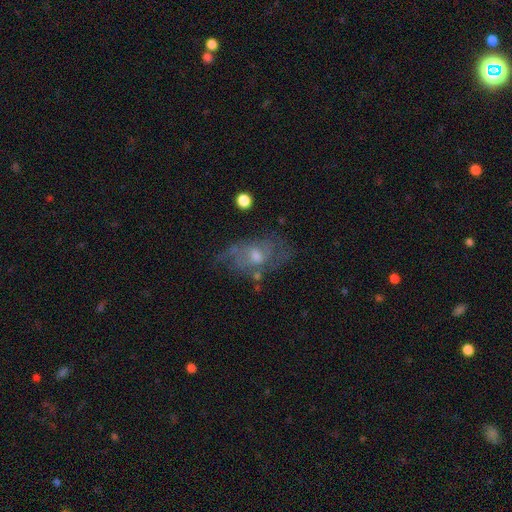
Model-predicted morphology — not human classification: Smooth or featured?
  - featured or disk: 67% *
  - smooth: 22%
  - star or artifact: 11%
Edge-on disk?
  - no: 94% *
  - yes: 6%
Bar?
  - no: 67% *
  - weak: 29%
  - strong: 4%
Spiral arms?
  - yes: 67% *
  - no: 33%
Bulge size?
  - moderate: 57% *
  - small: 34%
  - large: 4%
  - none: 4%
  - dominant: 1%
Merging?
  - none: 54% *
  - minor disturbance: 23%
  - major disturbance: 19%
  - merger: 4%